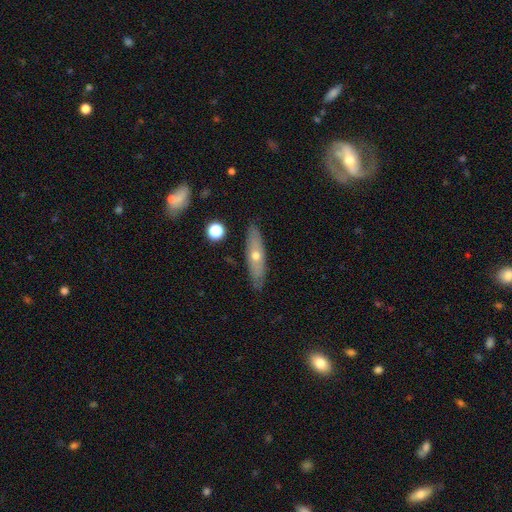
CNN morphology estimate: This is possibly a featured or disk galaxy (48%). Merging: clearly none (86%).